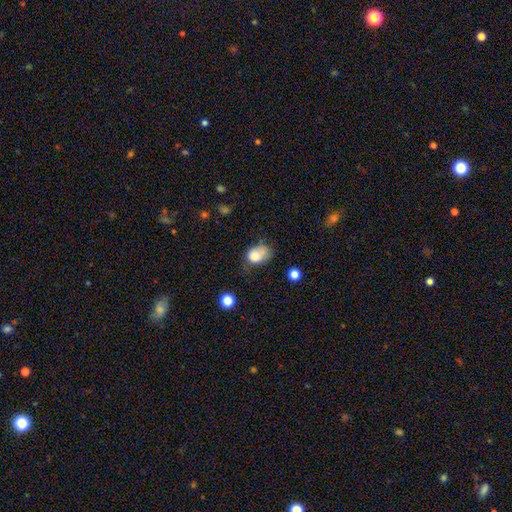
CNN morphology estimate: Smooth or featured? Predicted: smooth (p=0.78). How rounded? Predicted: in between (p=0.73). Merging? Predicted: minor disturbance (p=0.37).